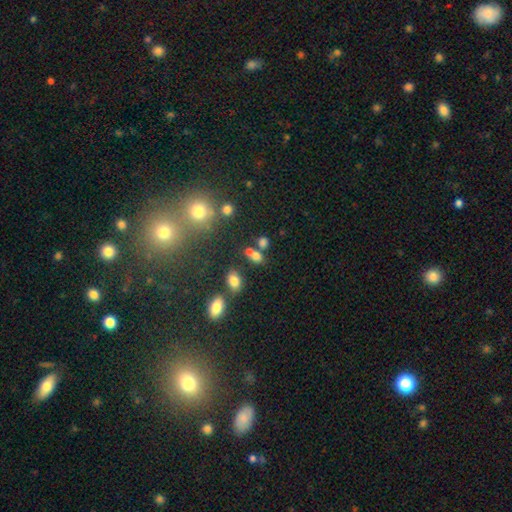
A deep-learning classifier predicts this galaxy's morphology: Smooth or featured?
  - smooth: 71% *
  - star or artifact: 17%
  - featured or disk: 11%
How rounded?
  - in between: 66% *
  - round: 31%
  - cigar-shaped: 3%
Merging?
  - none: 46% *
  - merger: 37%
  - minor disturbance: 12%
  - major disturbance: 6%